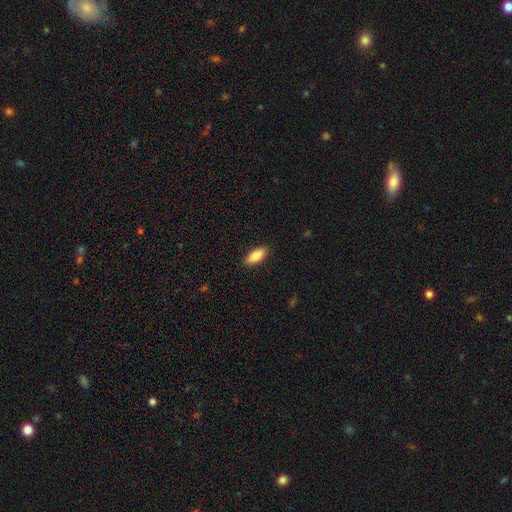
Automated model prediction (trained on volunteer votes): Morphology: type=smooth (87%); roundness=in between (83%); merging=none (89%).